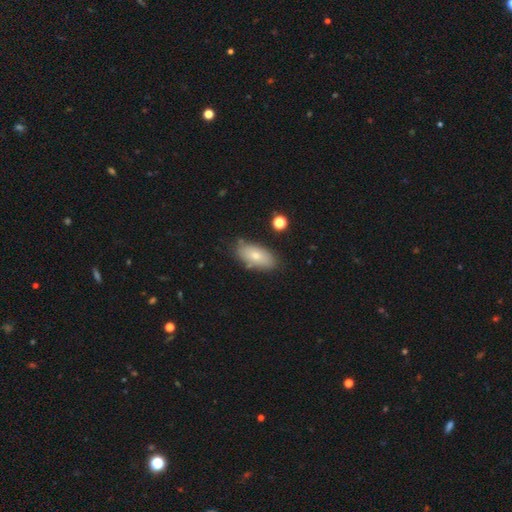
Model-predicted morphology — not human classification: Overall: smooth (72%). How rounded: in between (90%). Merging: none (77%).